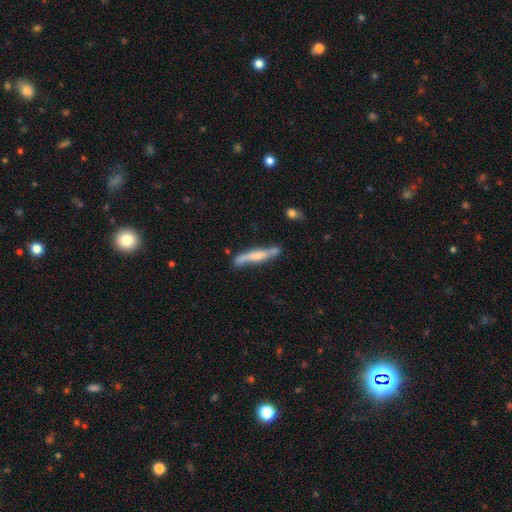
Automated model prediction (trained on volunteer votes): A featured or disk galaxy (55%) viewed edge-on (80%).

Vote fractions:
- Smooth or featured? featured or disk: 55% / smooth: 40% / star or artifact: 6%
- Edge-on disk? yes: 80% / no: 20%
- Merging? none: 68% / minor disturbance: 21% / merger: 6% / major disturbance: 5%